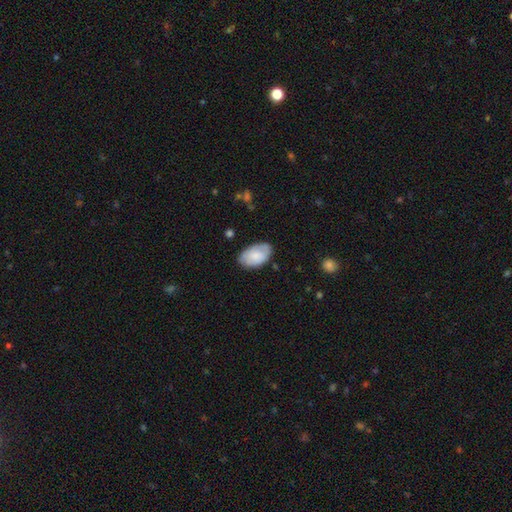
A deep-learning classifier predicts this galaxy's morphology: Smooth or featured? Predicted: smooth (p=0.74). How rounded? Predicted: in between (p=0.94). Merging? Predicted: none (p=0.75).